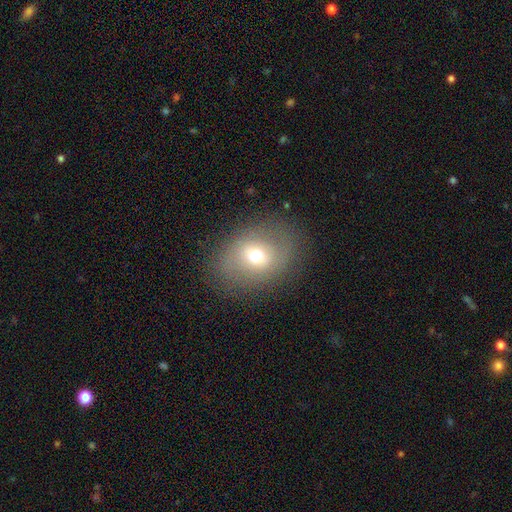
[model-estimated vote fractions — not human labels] A smooth galaxy with no disk features (58%) that is in between round and cigar-shaped (58%).

Vote fractions:
- Smooth or featured? smooth: 58% / featured or disk: 30% / star or artifact: 12%
- How rounded? in between: 58% / round: 41% / cigar-shaped: 1%
- Merging? none: 81% / minor disturbance: 12% / major disturbance: 6% / merger: 1%